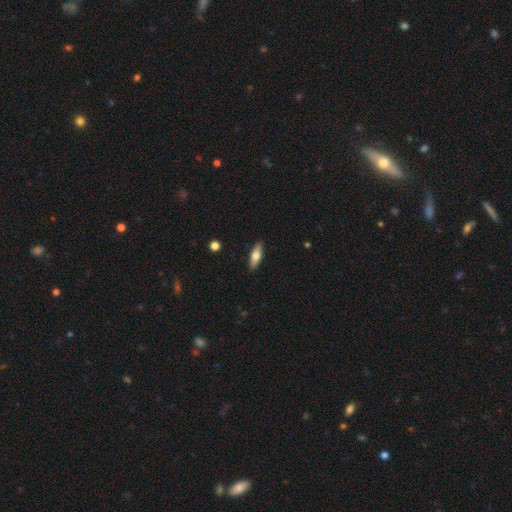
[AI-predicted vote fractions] This appears to be a smooth galaxy with no disk features (63%) that is in between round and cigar-shaped (55%). Merging: none (89%).